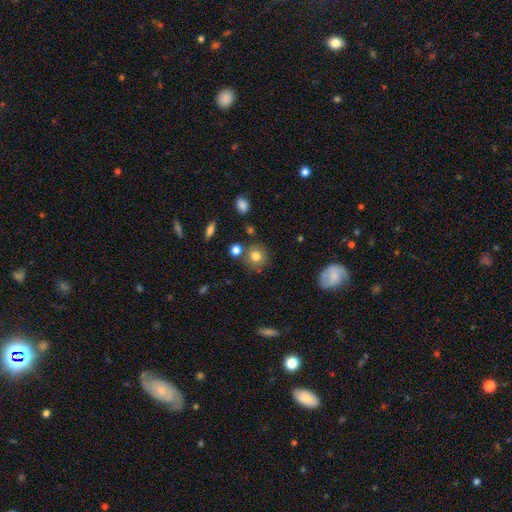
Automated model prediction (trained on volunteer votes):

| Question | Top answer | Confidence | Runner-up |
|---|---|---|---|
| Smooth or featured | smooth | 78% | star or artifact (12%) |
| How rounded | round | 87% | in between (12%) |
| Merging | none | 76% | minor disturbance (11%) |